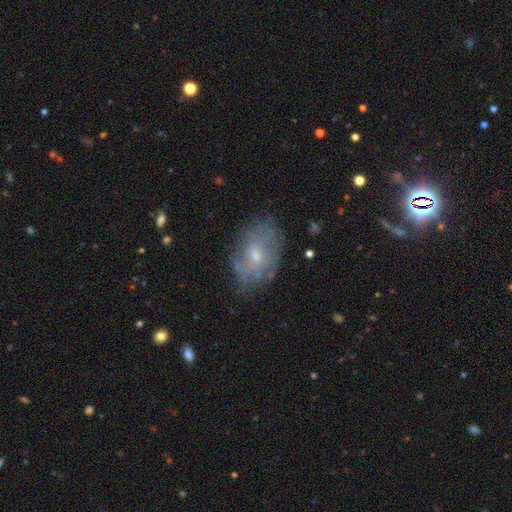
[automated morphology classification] type=featured or disk (54%); edge-on=no (95%); bar=no (64%); spiral arms=yes (59%); bulge=small (53%); merging=none (66%).